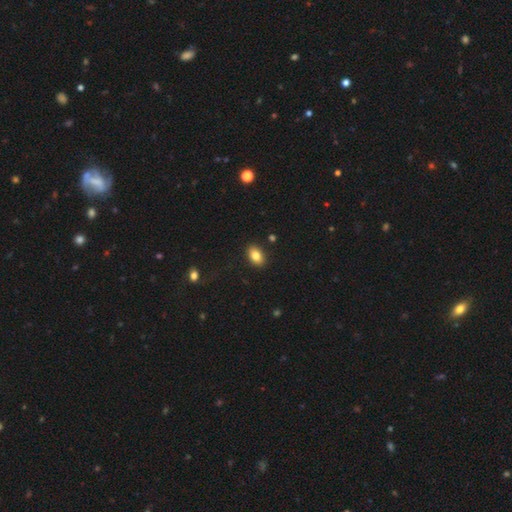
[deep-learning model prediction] Smooth or featured? smooth (84%)
How rounded? in between (87%)
Merging? none (88%)